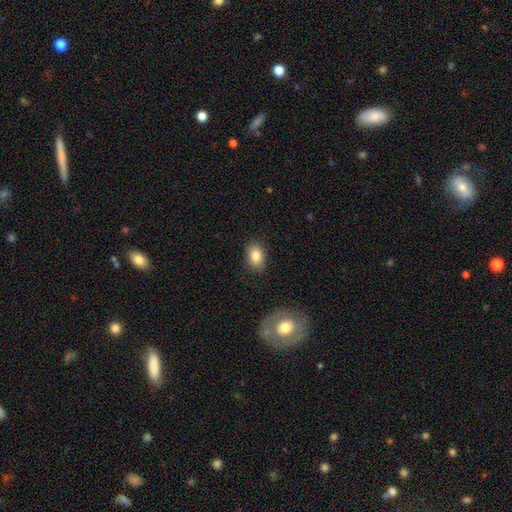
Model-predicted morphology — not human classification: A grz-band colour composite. It shows a smooth galaxy with no disk features (84%) that is in between round and cigar-shaped (83%). Merging: none (83%).